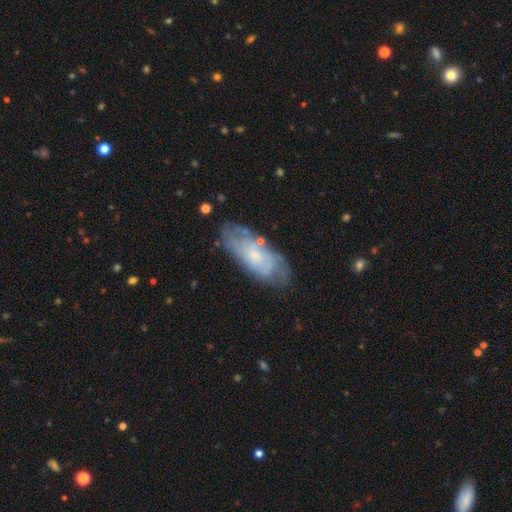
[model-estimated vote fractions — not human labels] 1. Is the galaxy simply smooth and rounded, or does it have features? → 61% featured or disk, 32% smooth, 7% star or artifact.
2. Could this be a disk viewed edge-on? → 88% no, 12% yes.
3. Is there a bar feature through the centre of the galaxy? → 76% no, 21% weak, 3% strong.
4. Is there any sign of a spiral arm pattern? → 78% yes, 22% no.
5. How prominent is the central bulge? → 66% small, 22% moderate, 9% none, 2% large, 1% dominant.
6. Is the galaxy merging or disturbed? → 69% none, 22% minor disturbance, 7% major disturbance, 3% merger.